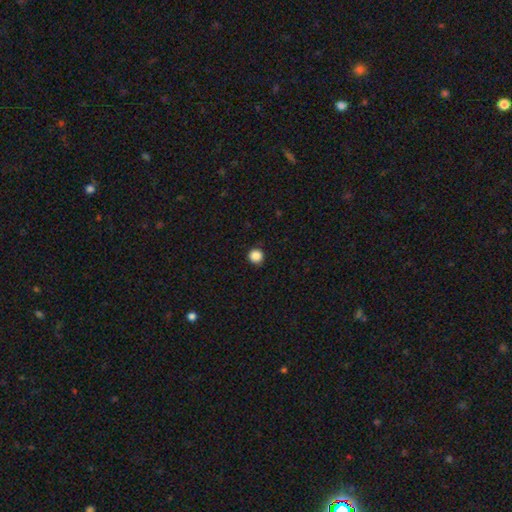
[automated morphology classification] smooth_or_featured: smooth (p=0.87) [alt: star or artifact p=0.10]
how_rounded: round (p=0.95) [alt: in between p=0.04]
merging: none (p=0.91) [alt: minor disturbance p=0.07]